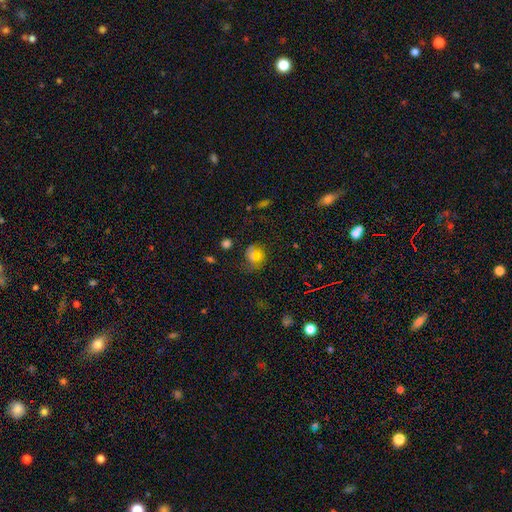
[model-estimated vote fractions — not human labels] Smooth or featured? smooth (64%)
How rounded? round (67%)
Merging? none (50%)